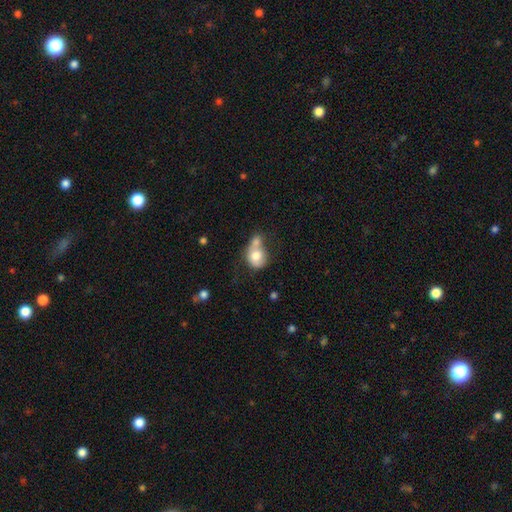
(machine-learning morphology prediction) A smooth galaxy with no disk features (73%) that is round (58%). Merging: merger (55%).